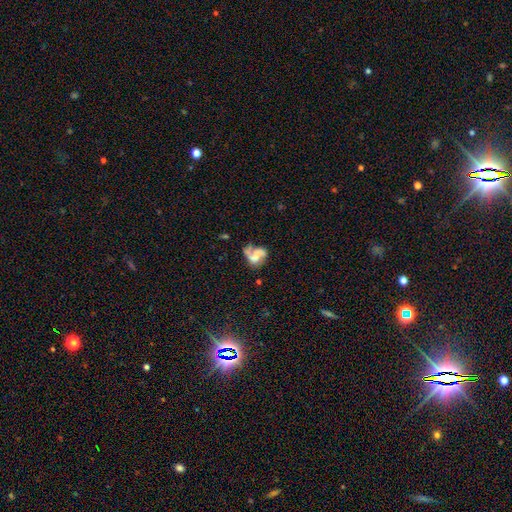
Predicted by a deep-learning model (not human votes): Smooth or featured? featured or disk (63%)
Edge-on disk? no (98%)
Bar? no (62%)
Spiral arms? yes (74%)
Bulge size? none (40%)
Merging? none (31%)